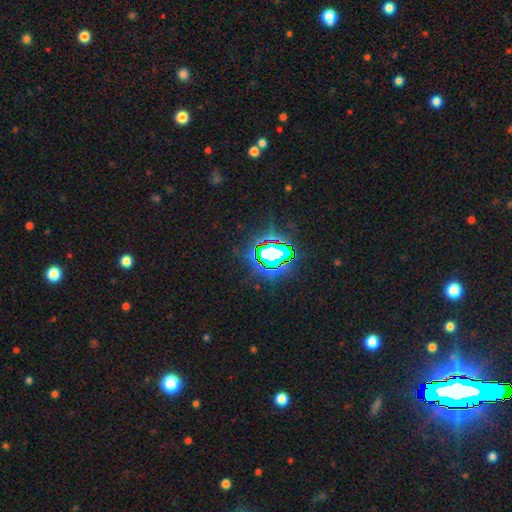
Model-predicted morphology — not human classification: A star or artifact, not a galaxy (79%).